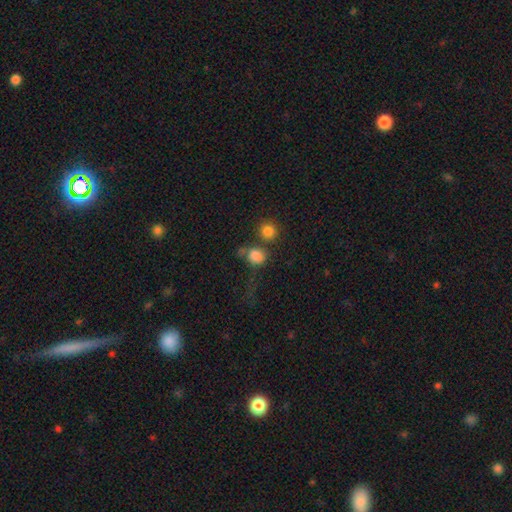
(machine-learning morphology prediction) Overall: smooth (81%). How rounded: round (70%). Merging: none (43%; merger 29%).